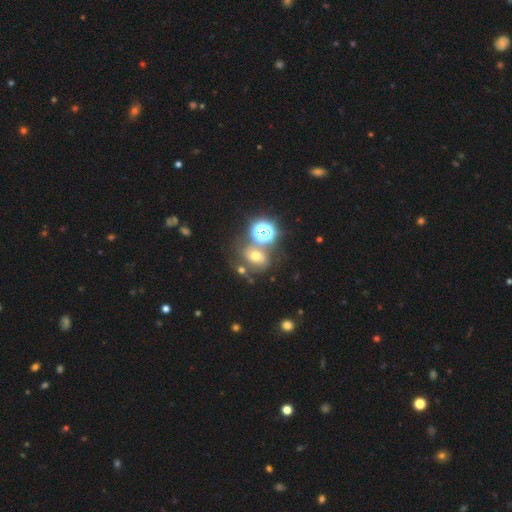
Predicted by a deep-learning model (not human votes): This appears to be a smooth galaxy with no disk features (44%). Merging: none (48%).